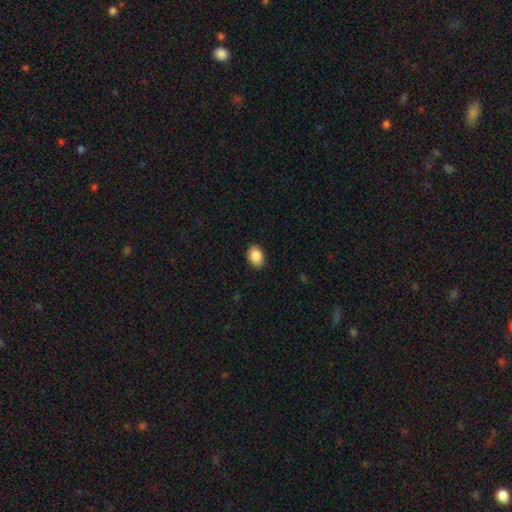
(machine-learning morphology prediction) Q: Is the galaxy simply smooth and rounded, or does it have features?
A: smooth — 88%.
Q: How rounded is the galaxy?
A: in between — 83%.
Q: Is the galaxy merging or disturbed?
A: none — 89%.